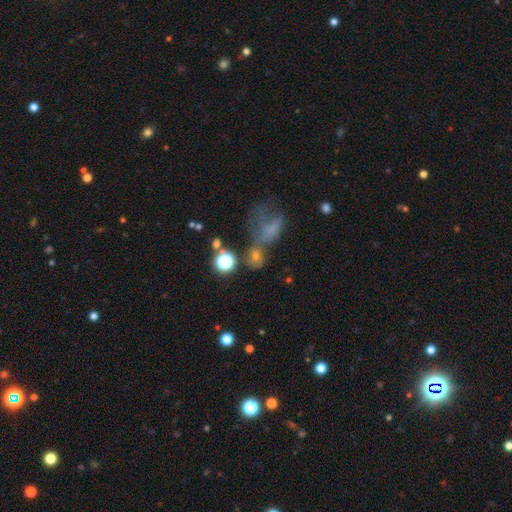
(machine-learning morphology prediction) Overall: smooth (48%; star or artifact 31%). Merging: none (37%; merger 28%).